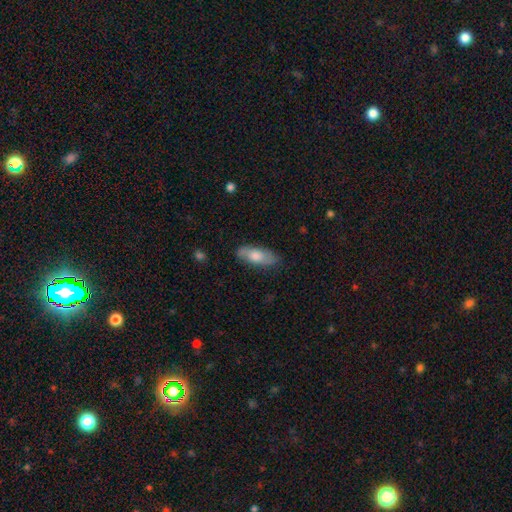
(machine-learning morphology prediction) smooth 68%, featured or disk 27%, star or artifact 6%. Down the decision tree: how rounded — in between (71%); merging — none (81%).